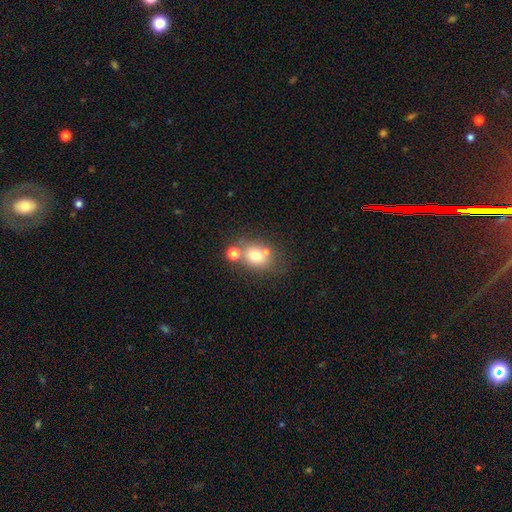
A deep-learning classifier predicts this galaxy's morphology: smooth_or_featured: smooth (p=0.69) [alt: featured or disk p=0.18]
how_rounded: round (p=0.54) [alt: in between p=0.44]
merging: none (p=0.50) [alt: merger p=0.32]